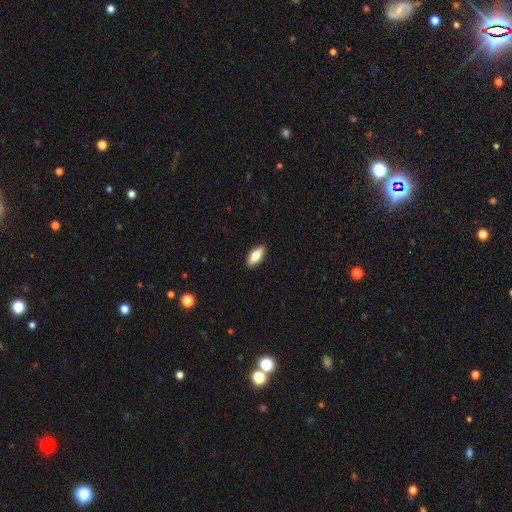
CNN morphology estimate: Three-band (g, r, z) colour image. It shows a smooth galaxy with no disk features (75%) that is in between round and cigar-shaped (78%). Merging: none (89%).